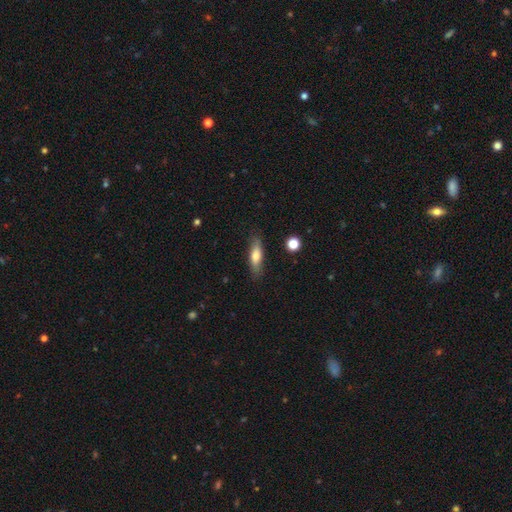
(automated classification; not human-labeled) The model was most divided on "how rounded": cigar-shaped: 55%, in between: 42%, round: 3%. More confident: merging — none (82%); smooth or featured — smooth (69%).